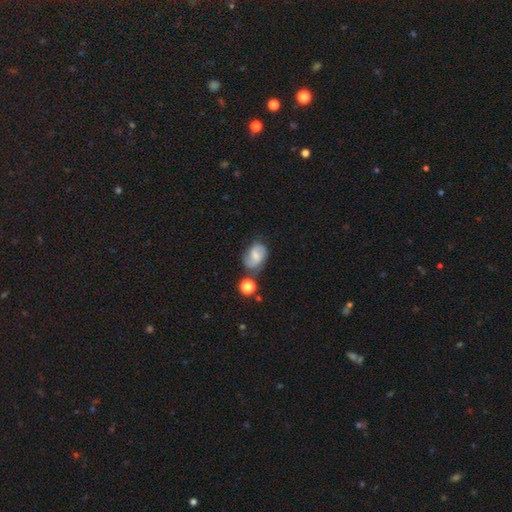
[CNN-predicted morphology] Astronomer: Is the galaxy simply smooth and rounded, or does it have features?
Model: featured or disk — 52% (runner-up: smooth, 39%).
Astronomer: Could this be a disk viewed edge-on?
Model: no — 97%.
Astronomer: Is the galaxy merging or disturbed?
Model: none — 57%.